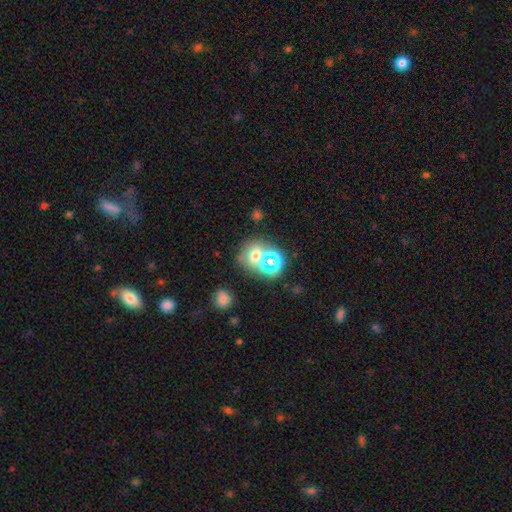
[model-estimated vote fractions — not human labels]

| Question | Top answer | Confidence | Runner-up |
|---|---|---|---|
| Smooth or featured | smooth | 54% | star or artifact (33%) |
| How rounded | round | 71% | in between (28%) |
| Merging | none | 55% | merger (30%) |